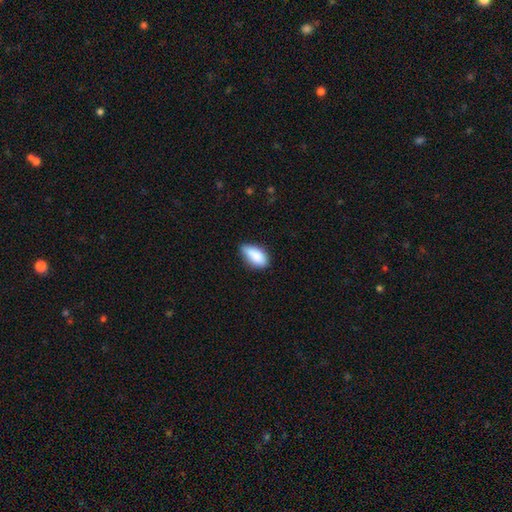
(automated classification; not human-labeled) Morphology: type=smooth (87%); roundness=in between (91%); merging=none (57%).